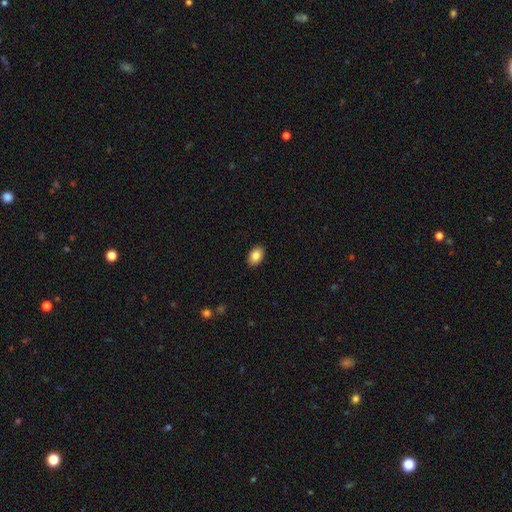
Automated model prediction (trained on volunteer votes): Overall: smooth (85%). How rounded: in between (89%). Merging: none (90%).